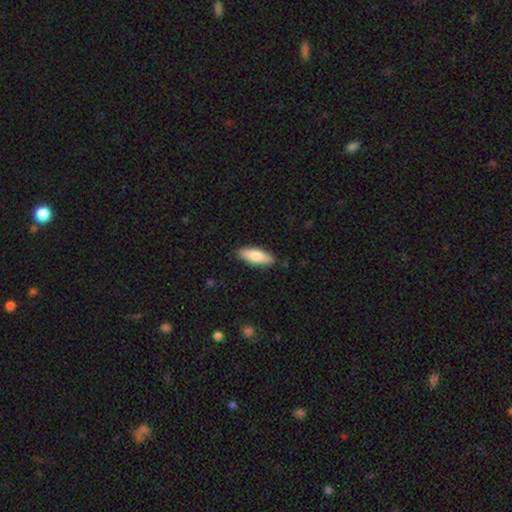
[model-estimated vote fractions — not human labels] The model was most divided on "how rounded": in between: 64%, cigar-shaped: 34%, round: 2%. More confident: merging — none (87%); smooth or featured — smooth (79%).